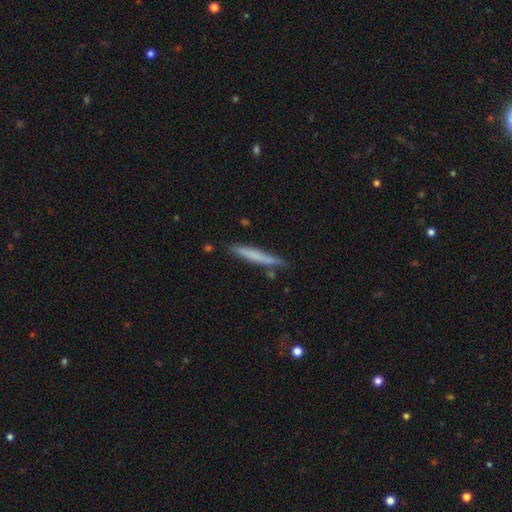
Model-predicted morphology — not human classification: smooth 66%, featured or disk 27%, star or artifact 6%. Down the decision tree: how rounded — cigar-shaped (95%); merging — none (79%).